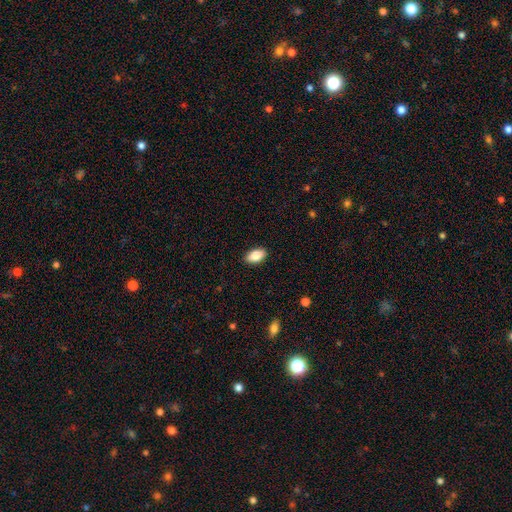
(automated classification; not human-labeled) smooth 85%, featured or disk 8%, star or artifact 7%. Down the decision tree: how rounded — in between (93%); merging — none (89%).